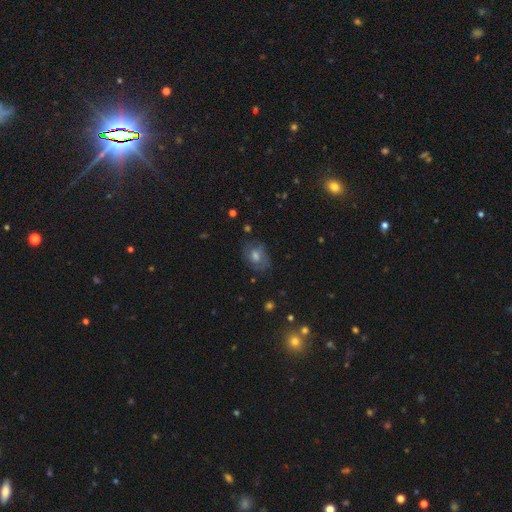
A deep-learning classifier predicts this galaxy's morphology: This appears to be a smooth galaxy with no disk features (42%). Merging: none (74%).